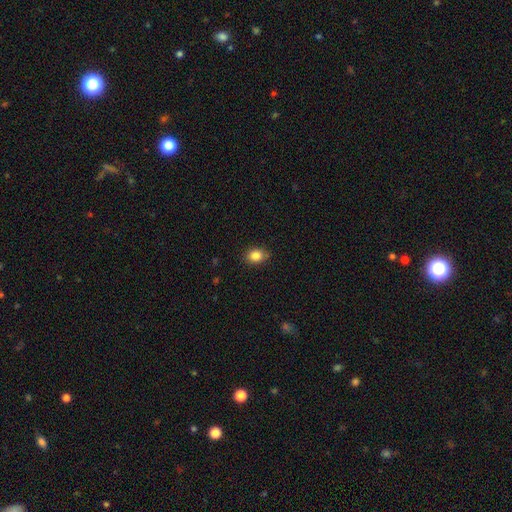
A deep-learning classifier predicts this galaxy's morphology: Overall: smooth (85%). How rounded: in between (61%; round 38%). Merging: none (83%).